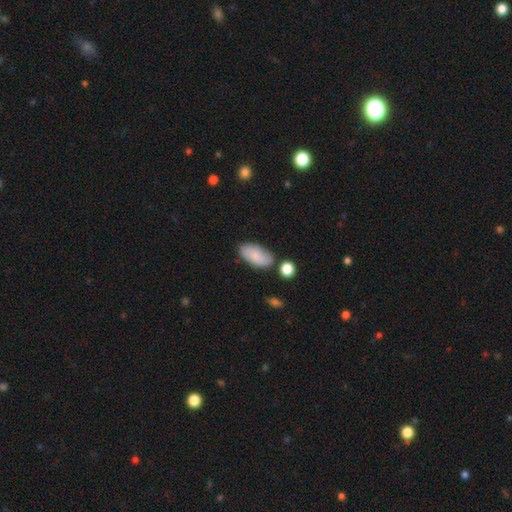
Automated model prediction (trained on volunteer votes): The model was most divided on "merging": none: 69%, minor disturbance: 19%, merger: 8%, major disturbance: 5%. More confident: how rounded — in between (93%); smooth or featured — smooth (82%).